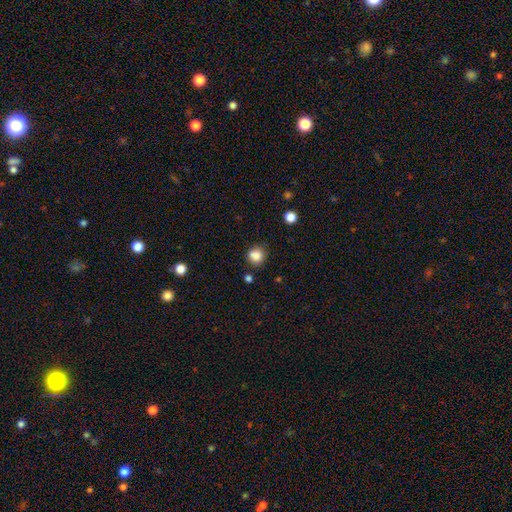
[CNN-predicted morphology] Overall: smooth (85%). How rounded: round (83%). Merging: none (75%).